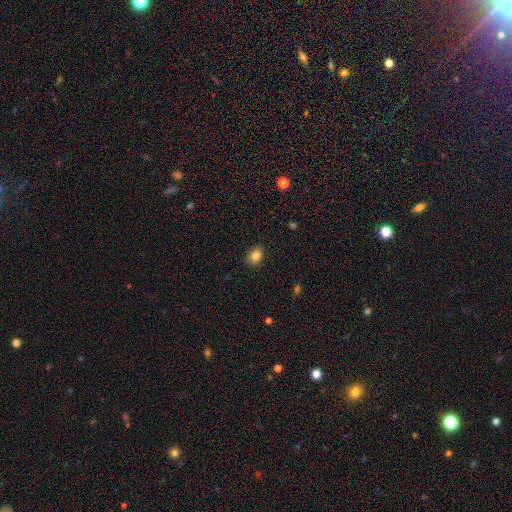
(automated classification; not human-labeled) Q: Smooth or featured?
A: smooth (85%); runner-up: star or artifact (10%)
Q: How rounded?
A: in between (64%); runner-up: round (35%)
Q: Merging?
A: none (86%); runner-up: minor disturbance (11%)